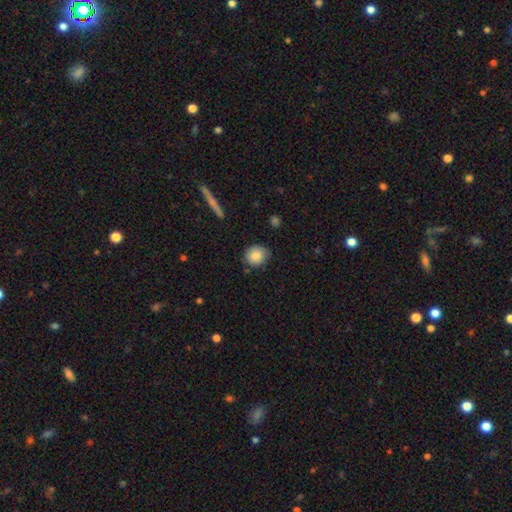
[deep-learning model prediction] smooth-or-featured: smooth: 84% | featured or disk: 8% | star or artifact: 8%
  how-rounded: round: 84% | in between: 15% | cigar-shaped: 1%
  merging: none: 79% | minor disturbance: 16% | major disturbance: 3% | merger: 2%